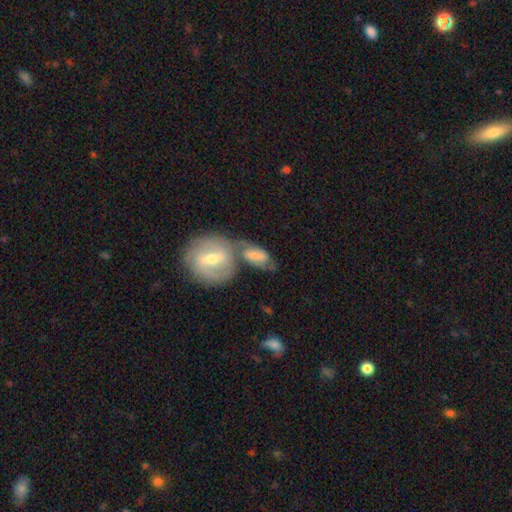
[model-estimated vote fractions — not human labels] Smooth or featured?
  - featured or disk: 58% *
  - smooth: 36%
  - star or artifact: 7%
Edge-on disk?
  - no: 92% *
  - yes: 8%
Bar?
  - weak: 43% *
  - strong: 39%
  - no: 18%
Spiral arms?
  - yes: 82% *
  - no: 18%
Bulge size?
  - small: 39% *
  - moderate: 37%
  - none: 15%
  - large: 8%
  - dominant: 2%
Merging?
  - merger: 51% *
  - none: 30%
  - minor disturbance: 12%
  - major disturbance: 6%